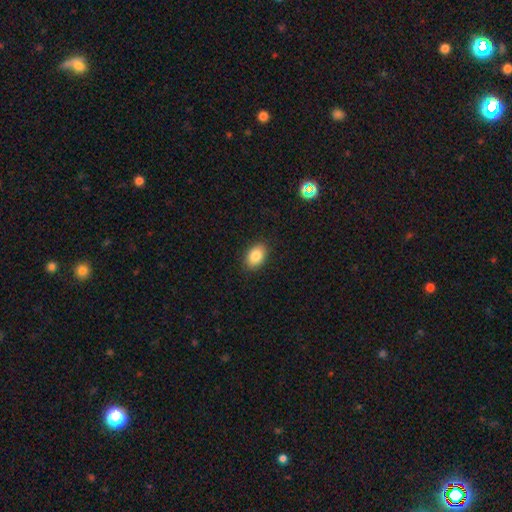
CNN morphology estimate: A smooth galaxy with no disk features (85%) that is in between round and cigar-shaped (83%).

Vote fractions:
- Smooth or featured? smooth: 85% / star or artifact: 8% / featured or disk: 7%
- How rounded? in between: 83% / round: 16% / cigar-shaped: 1%
- Merging? none: 89% / minor disturbance: 8% / major disturbance: 2% / merger: 1%